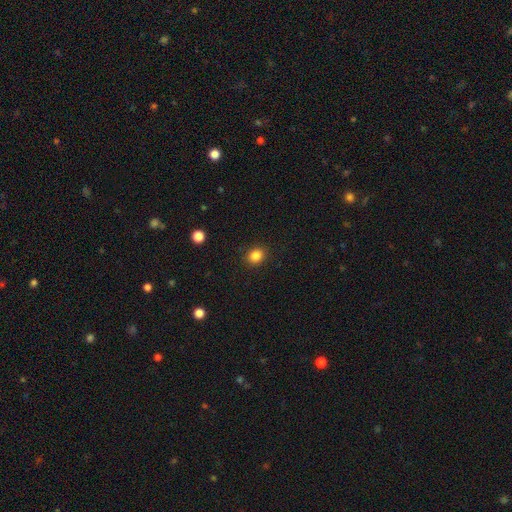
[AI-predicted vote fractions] Smooth or featured? smooth (85%)
How rounded? round (67%)
Merging? none (90%)